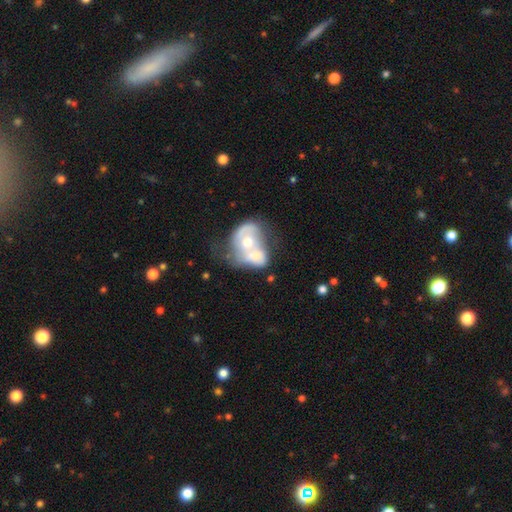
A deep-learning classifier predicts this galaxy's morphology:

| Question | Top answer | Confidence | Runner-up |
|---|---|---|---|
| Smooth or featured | featured or disk | 49% | smooth (44%) |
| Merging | merger | 77% | none (9%) |